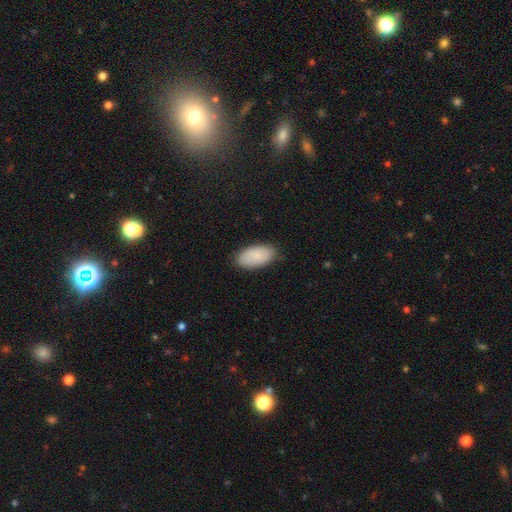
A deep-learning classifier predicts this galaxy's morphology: Smooth or featured?
  - smooth: 85% *
  - featured or disk: 9%
  - star or artifact: 6%
How rounded?
  - in between: 95% *
  - cigar-shaped: 3%
  - round: 2%
Merging?
  - none: 82% *
  - minor disturbance: 14%
  - major disturbance: 3%
  - merger: 1%